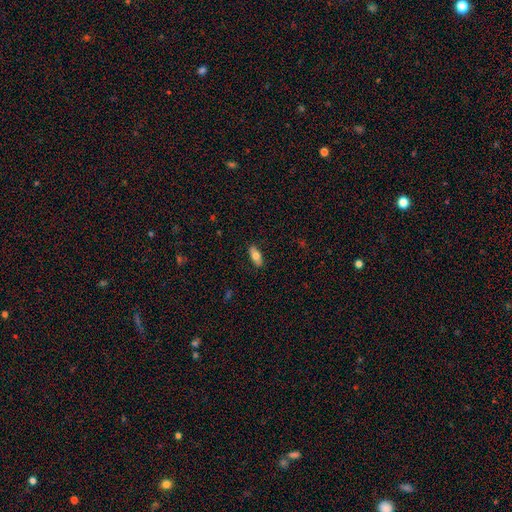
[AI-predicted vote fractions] smooth 73%, featured or disk 21%, star or artifact 7%. Down the decision tree: how rounded — in between (83%); merging — none (86%).